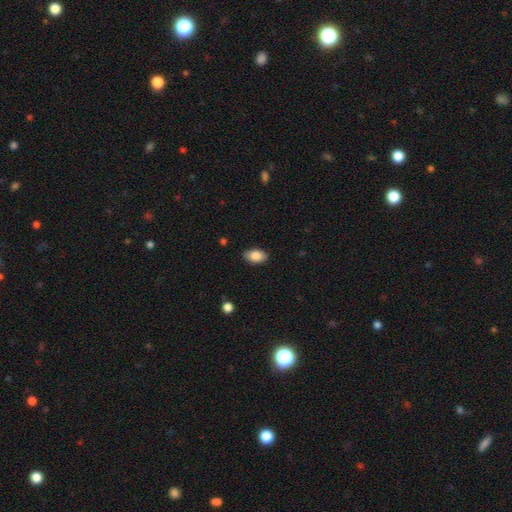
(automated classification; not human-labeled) Smooth or featured? Predicted: smooth (p=0.85). How rounded? Predicted: in between (p=0.92). Merging? Predicted: none (p=0.87).